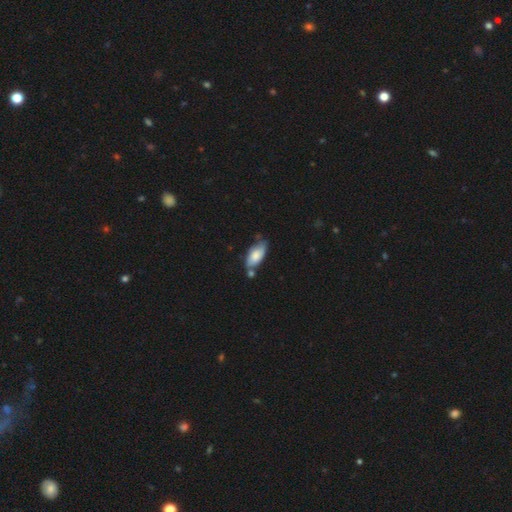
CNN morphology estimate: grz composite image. It shows a smooth galaxy with no disk features (69%) that is in between round and cigar-shaped (89%). Merging: none (50%).